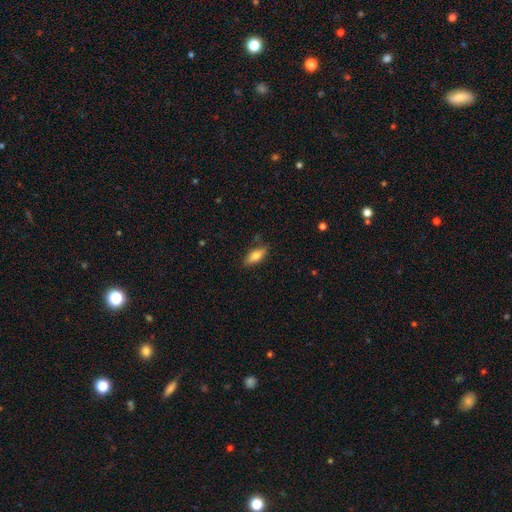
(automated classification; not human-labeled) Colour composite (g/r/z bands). It shows a smooth galaxy with no disk features (74%) that is in between round and cigar-shaped (73%). Merging: none (83%).